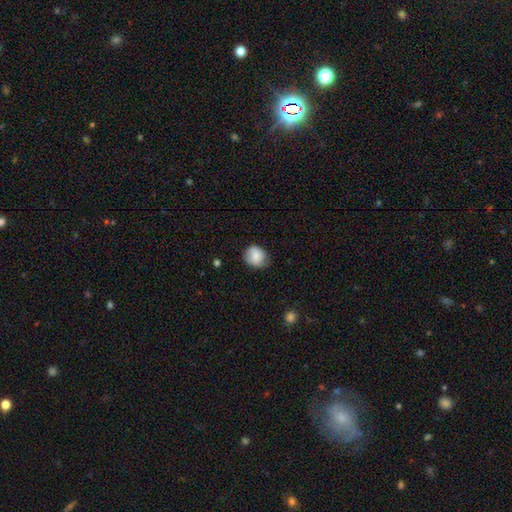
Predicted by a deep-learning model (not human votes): Smooth or featured?
  - smooth: 82% *
  - featured or disk: 11%
  - star or artifact: 8%
How rounded?
  - round: 70% *
  - in between: 30%
  - cigar-shaped: 1%
Merging?
  - none: 70% *
  - minor disturbance: 24%
  - major disturbance: 4%
  - merger: 1%